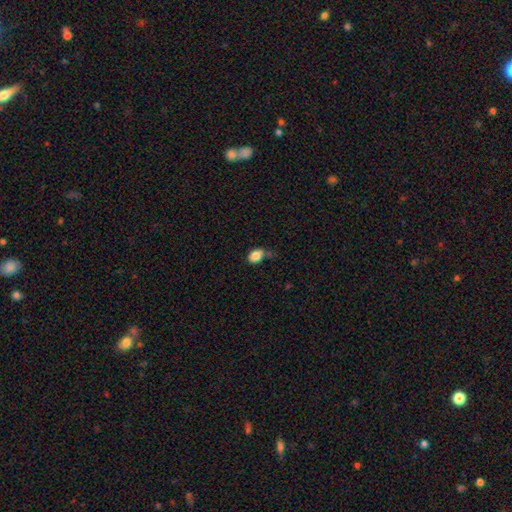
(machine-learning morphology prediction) smooth-or-featured: smooth: 85% | star or artifact: 9% | featured or disk: 6%
  how-rounded: in between: 77% | round: 22% | cigar-shaped: 1%
  merging: none: 57% | minor disturbance: 29% | major disturbance: 7% | merger: 7%